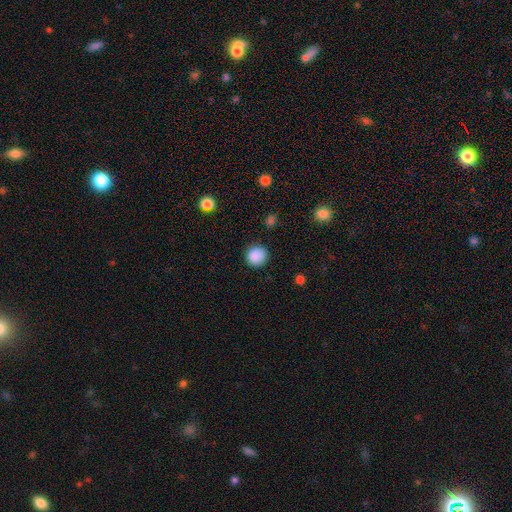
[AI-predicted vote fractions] Q: Smooth or featured?
A: smooth (88%); runner-up: star or artifact (9%)
Q: How rounded?
A: round (93%); runner-up: in between (6%)
Q: Merging?
A: none (89%); runner-up: minor disturbance (8%)